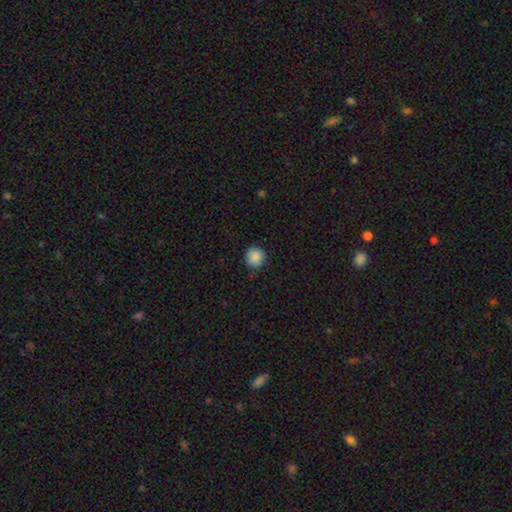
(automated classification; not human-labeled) Smooth or featured? Predicted: smooth (p=0.88). How rounded? Predicted: round (p=0.93). Merging? Predicted: none (p=0.88).